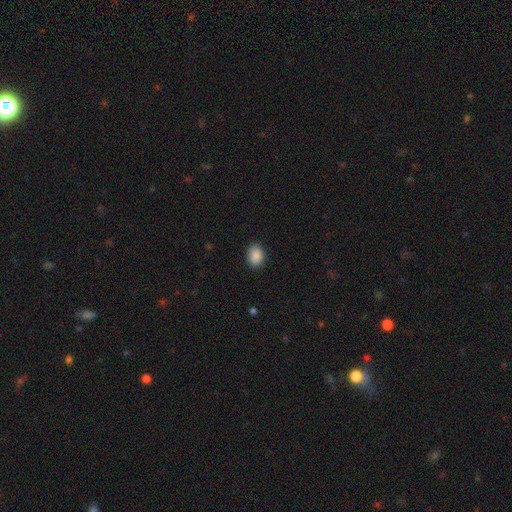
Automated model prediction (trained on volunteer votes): smooth-or-featured: smooth: 90% | star or artifact: 8% | featured or disk: 3%
  how-rounded: in between: 70% | round: 29% | cigar-shaped: 1%
  merging: none: 87% | minor disturbance: 10% | major disturbance: 2% | merger: 1%